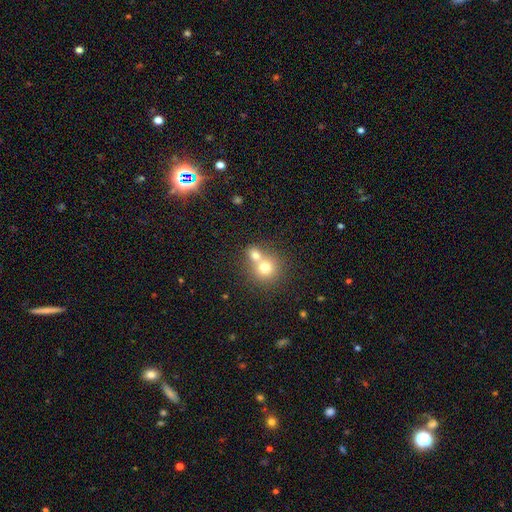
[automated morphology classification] type=smooth (72%); roundness=round (78%); merging=merger (61%).